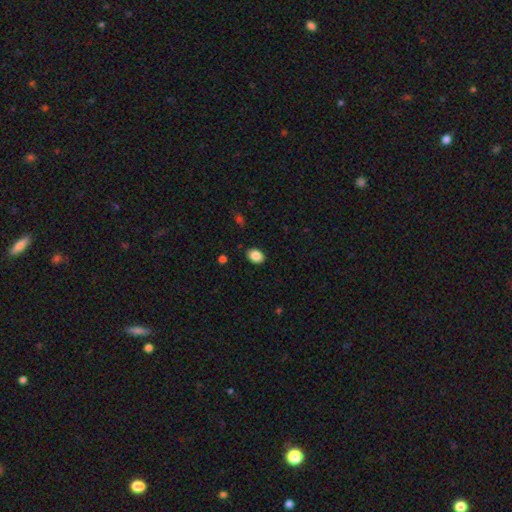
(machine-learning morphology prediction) type=smooth (87%); roundness=in between (67%); merging=none (89%).